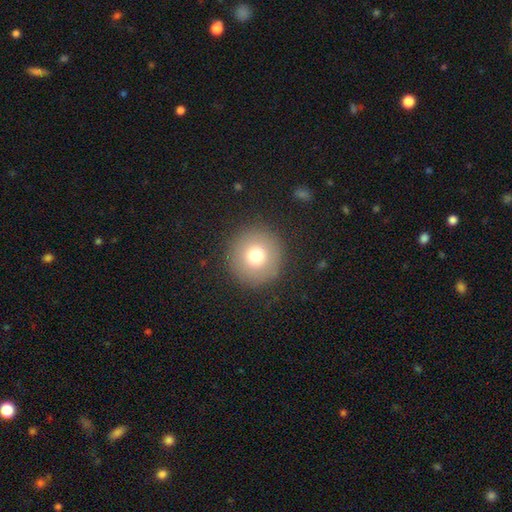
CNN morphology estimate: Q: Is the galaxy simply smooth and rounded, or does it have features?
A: smooth — 75%.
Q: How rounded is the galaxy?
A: round — 96%.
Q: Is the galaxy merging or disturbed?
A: none — 90%.